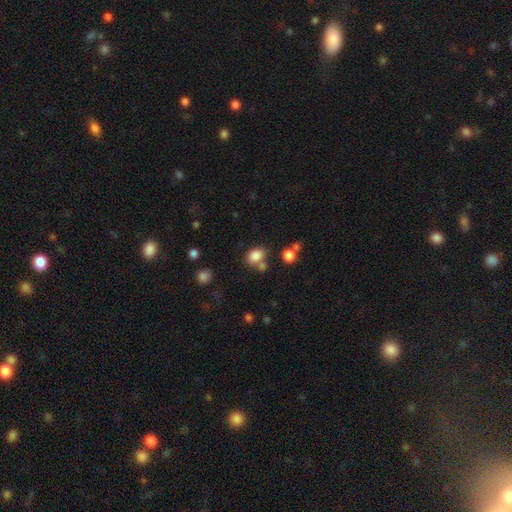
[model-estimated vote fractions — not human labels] This appears to be a smooth galaxy with no disk features (82%) that is in between round and cigar-shaped (61%). Merging: none (60%).